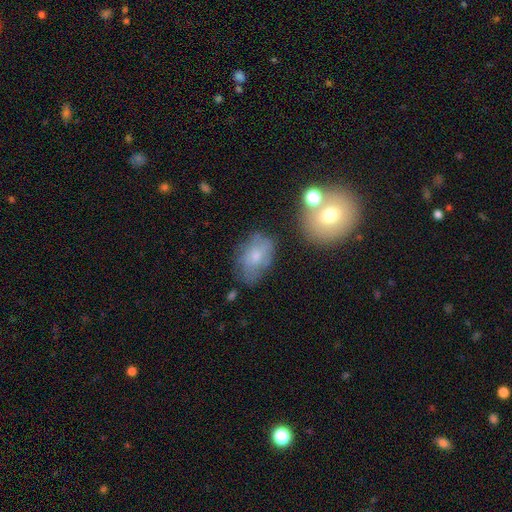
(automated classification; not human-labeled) Smooth or featured? smooth (58%)
How rounded? in between (83%)
Merging? none (55%)